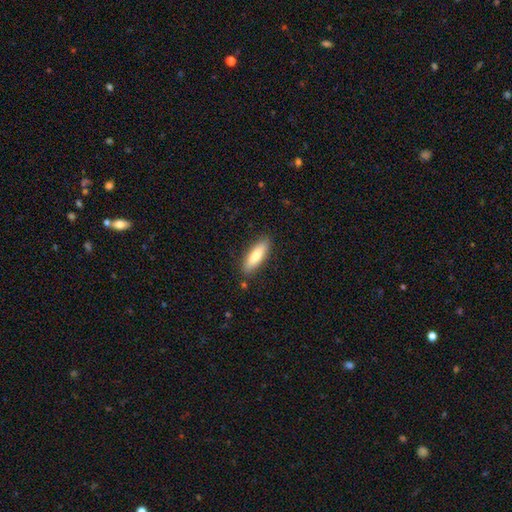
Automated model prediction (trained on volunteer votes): The model was most divided on "how rounded": cigar-shaped: 55%, in between: 44%, round: 2%. More confident: merging — none (86%); smooth or featured — smooth (73%).